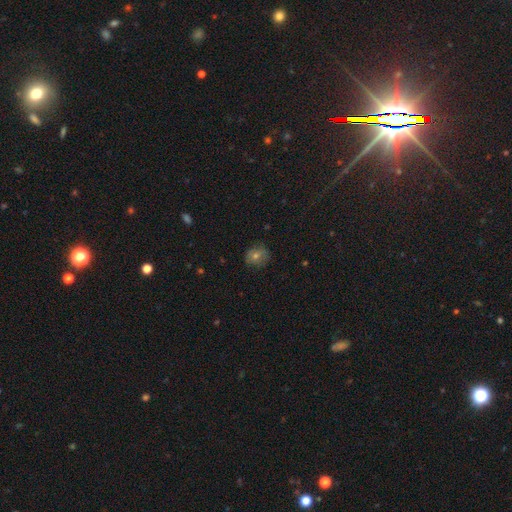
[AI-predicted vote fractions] A smooth galaxy with no disk features (58%) that is round (76%). Merging: none (79%).